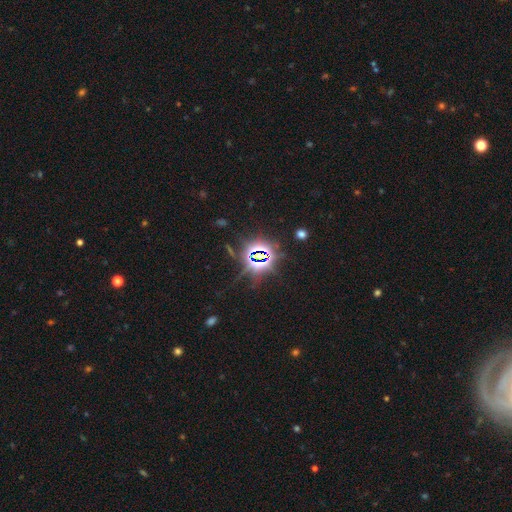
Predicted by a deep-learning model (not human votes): smooth-or-featured: star or artifact: 81% | smooth: 10% | featured or disk: 9%